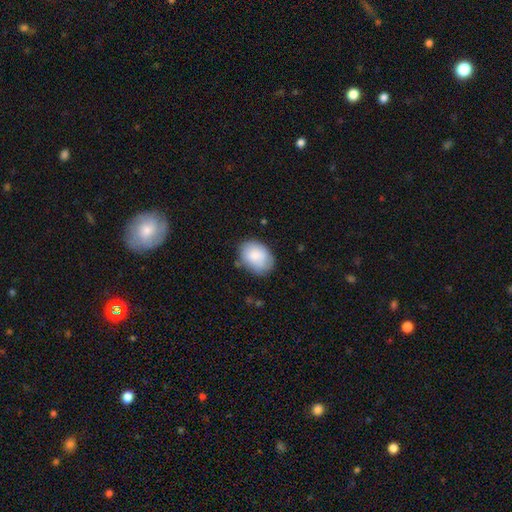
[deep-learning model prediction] Smooth or featured? Predicted: smooth (p=0.84). How rounded? Predicted: in between (p=0.74). Merging? Predicted: none (p=0.69).